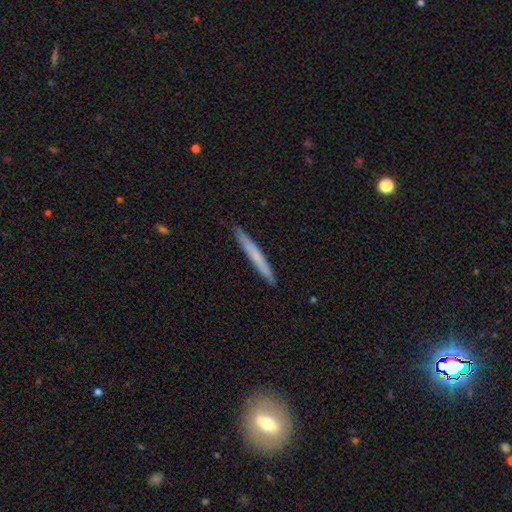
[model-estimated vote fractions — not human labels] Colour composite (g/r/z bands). It shows a smooth galaxy with no disk features (65%) that is cigar-shaped (97%). Merging: none (92%).